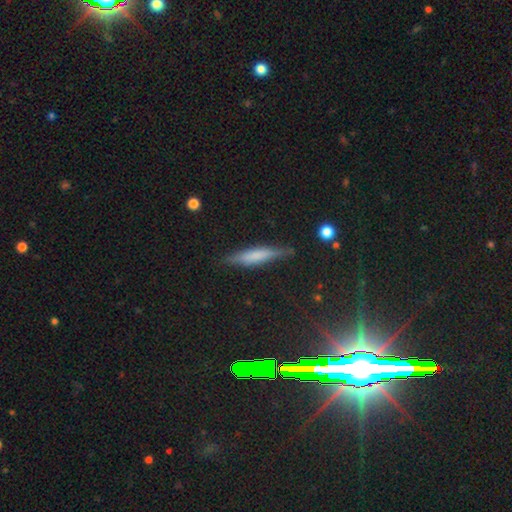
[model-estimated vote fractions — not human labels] smooth 54%, featured or disk 36%, star or artifact 9%. Down the decision tree: how rounded — cigar-shaped (85%); merging — none (81%).